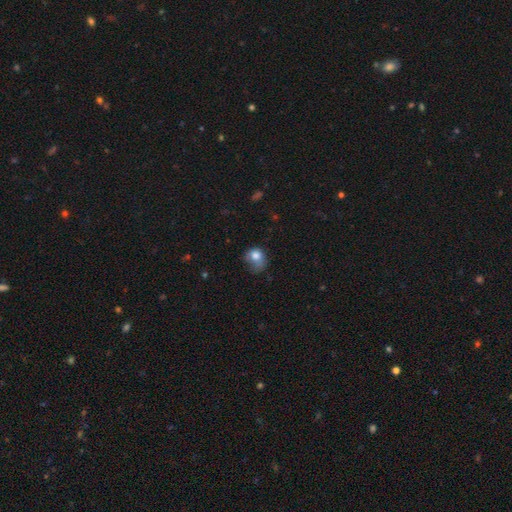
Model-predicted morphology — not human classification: Smooth or featured: smooth — 75% (featured or disk — 15%)
How rounded: round — 57% (in between — 42%)
Merging: major disturbance — 35% (tied with minor disturbance — 35%)